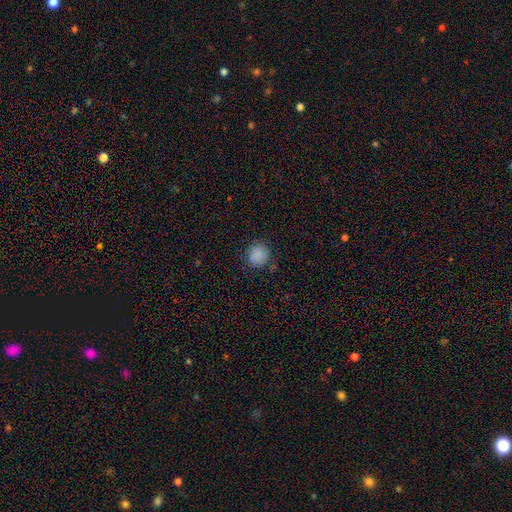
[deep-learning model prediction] smooth_or_featured: smooth (p=0.87) [alt: star or artifact p=0.10]
how_rounded: round (p=0.83) [alt: in between p=0.16]
merging: none (p=0.82) [alt: minor disturbance p=0.12]